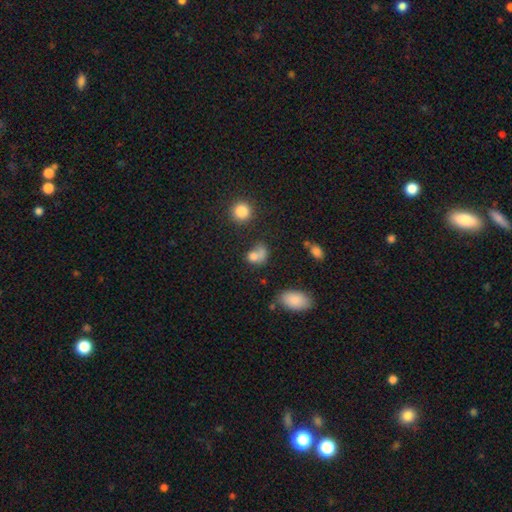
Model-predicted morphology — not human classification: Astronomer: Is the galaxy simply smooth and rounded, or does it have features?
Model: smooth — 74%.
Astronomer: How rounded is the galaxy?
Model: in between — 52% (runner-up: round, 47%).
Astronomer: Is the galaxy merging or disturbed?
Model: merger — 34% (runner-up: none, 32%).